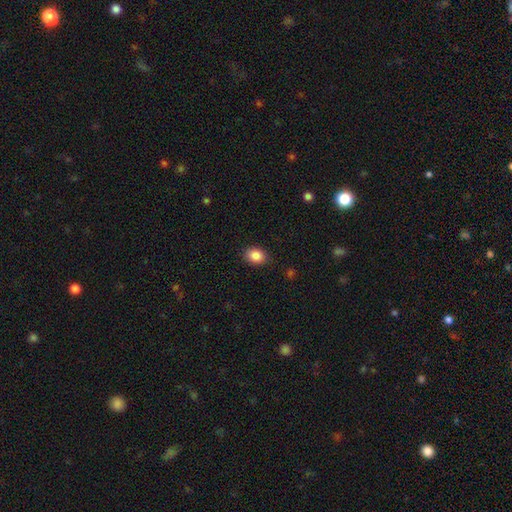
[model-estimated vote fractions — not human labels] A smooth galaxy with no disk features (86%) that is in between round and cigar-shaped (64%).

Vote fractions:
- Smooth or featured? smooth: 86% / star or artifact: 9% / featured or disk: 5%
- How rounded? in between: 64% / round: 35% / cigar-shaped: 1%
- Merging? none: 87% / minor disturbance: 10% / major disturbance: 2% / merger: 1%